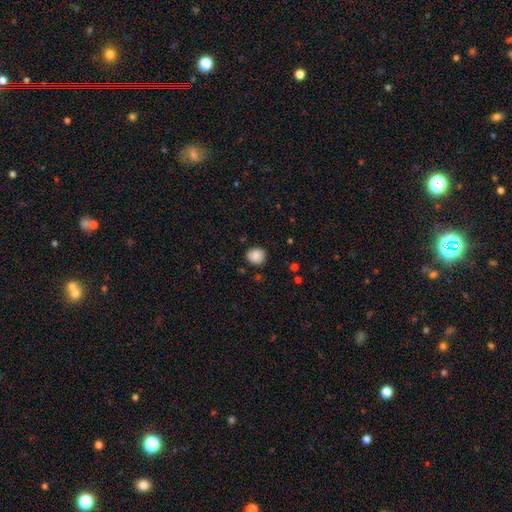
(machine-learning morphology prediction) Smooth or featured? Predicted: smooth (p=0.85). How rounded? Predicted: round (p=0.80). Merging? Predicted: none (p=0.84).